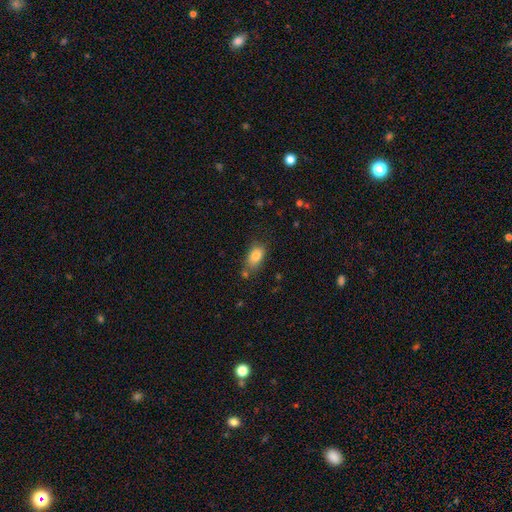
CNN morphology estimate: A smooth galaxy with no disk features (84%) that is in between round and cigar-shaped (87%). Merging: none (67%).